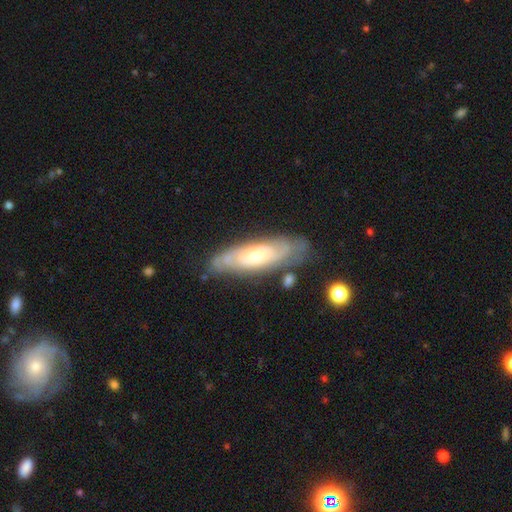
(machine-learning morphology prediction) type=featured or disk (68%); edge-on=no (78%); bar=no (73%); spiral arms=yes (81%); bulge=small (55%); merging=none (73%).